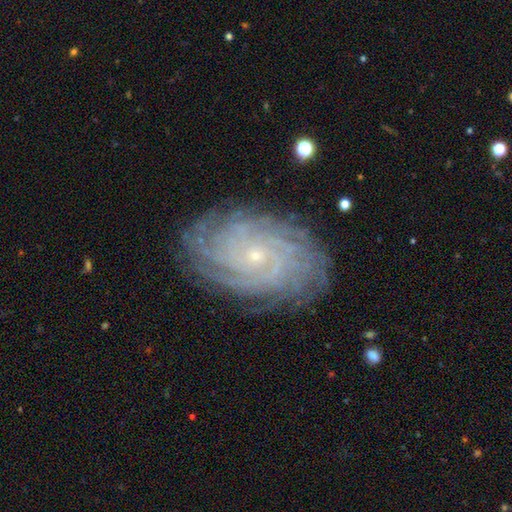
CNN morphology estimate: This appears to be a featured or disk galaxy (87%) with no bar (80%), more than 4 (37%) tight (85%) spiral arms (98%) and a small central bulge (84%). Merging: none (86%).